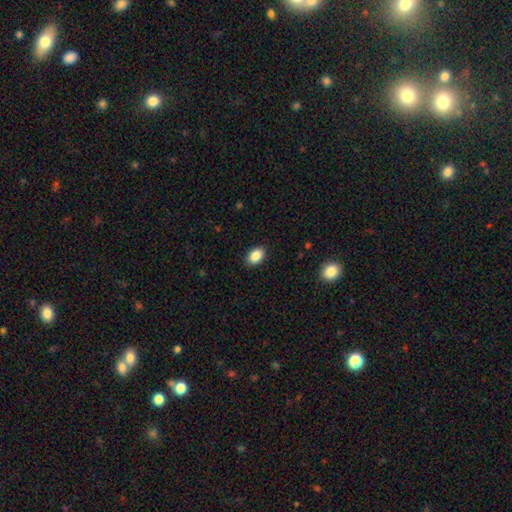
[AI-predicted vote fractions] Overall: smooth (88%). How rounded: in between (85%). Merging: none (89%).